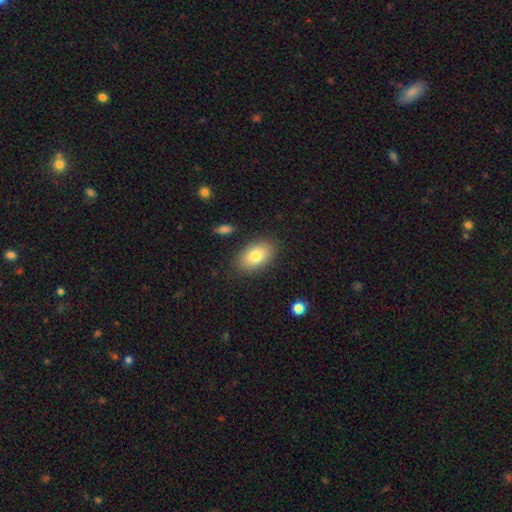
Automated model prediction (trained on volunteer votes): smooth 80%, featured or disk 13%, star or artifact 7%. Down the decision tree: how rounded — in between (90%); merging — none (86%).